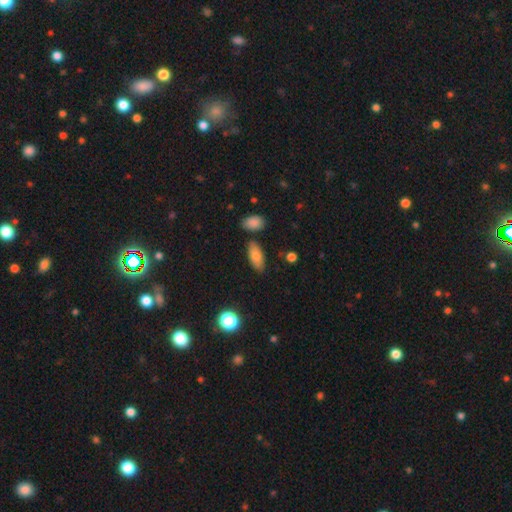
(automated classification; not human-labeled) Overall: smooth (82%). How rounded: in between (86%). Merging: none (80%).